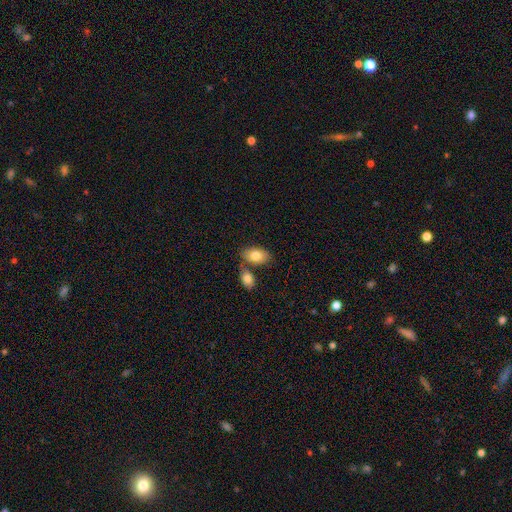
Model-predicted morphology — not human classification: Smooth or featured? Predicted: smooth (p=0.80). How rounded? Predicted: in between (p=0.91). Merging? Predicted: none (p=0.57).